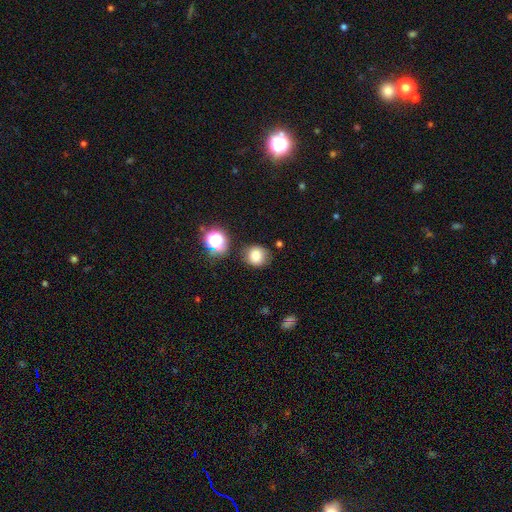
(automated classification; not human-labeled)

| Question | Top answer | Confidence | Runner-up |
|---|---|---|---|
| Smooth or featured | smooth | 77% | star or artifact (14%) |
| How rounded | round | 82% | in between (17%) |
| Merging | none | 75% | minor disturbance (16%) |